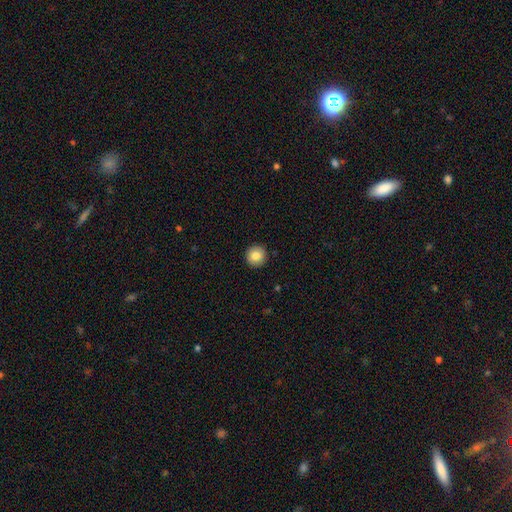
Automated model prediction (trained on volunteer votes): Smooth or featured? Predicted: smooth (p=0.86). How rounded? Predicted: round (p=0.93). Merging? Predicted: none (p=0.92).